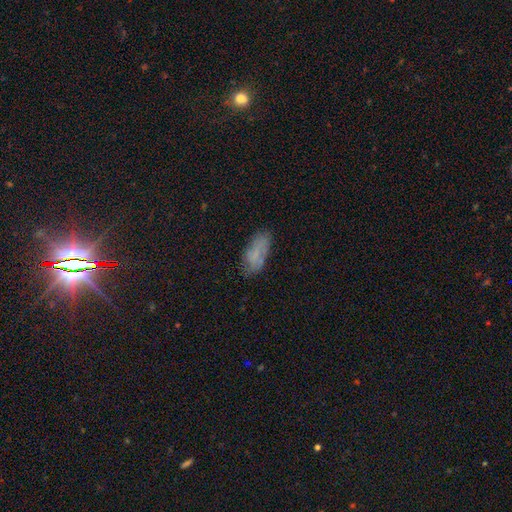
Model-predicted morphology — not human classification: Smooth or featured: smooth — 63% (featured or disk — 22%)
How rounded: in between — 84% (cigar-shaped — 13%)
Merging: none — 69% (minor disturbance — 21%)